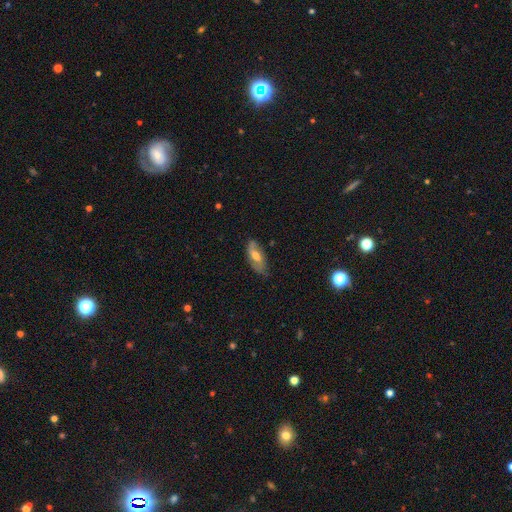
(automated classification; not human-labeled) smooth-or-featured: featured or disk: 47% (tied) | smooth: 47% (tied) | star or artifact: 7%
  merging: none: 73% | minor disturbance: 21% | major disturbance: 4% | merger: 2%